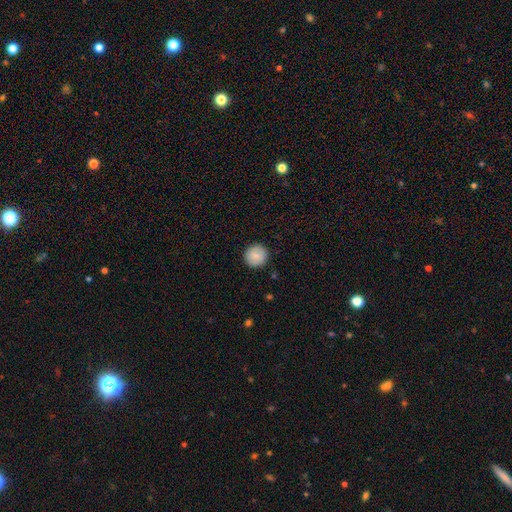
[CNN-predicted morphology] Smooth or featured: smooth — 85% (featured or disk — 7%)
How rounded: round — 95% (in between — 4%)
Merging: none — 91% (minor disturbance — 6%)